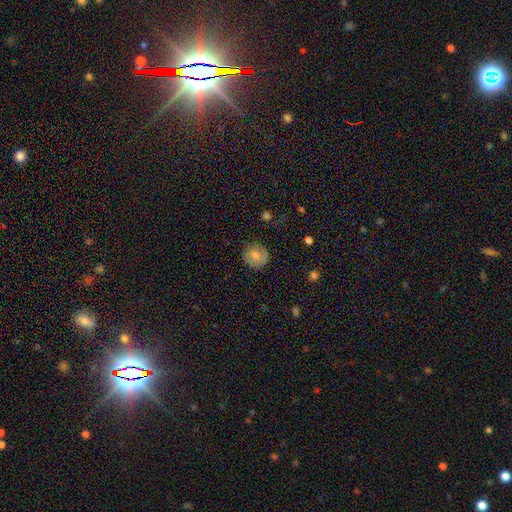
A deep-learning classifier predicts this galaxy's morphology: Smooth or featured: smooth — 72% (featured or disk — 20%)
How rounded: round — 84% (in between — 15%)
Merging: none — 83% (minor disturbance — 12%)